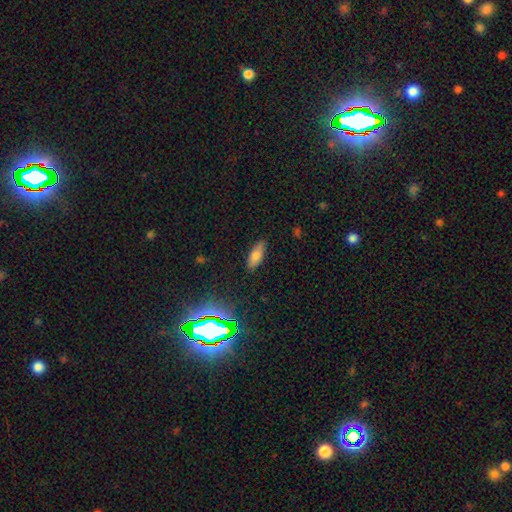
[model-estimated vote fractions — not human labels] Overall: smooth (73%). How rounded: in between (72%). Merging: none (86%).